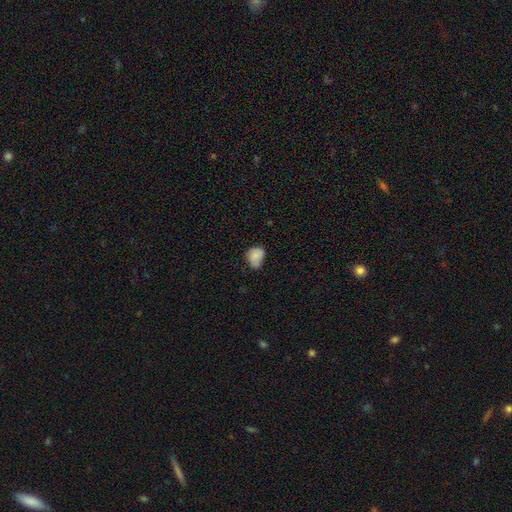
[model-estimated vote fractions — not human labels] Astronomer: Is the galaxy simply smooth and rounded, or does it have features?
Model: smooth — 75%.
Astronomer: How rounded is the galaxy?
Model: in between — 52% (runner-up: round, 47%).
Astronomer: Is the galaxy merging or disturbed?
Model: none — 44% (runner-up: minor disturbance, 42%).